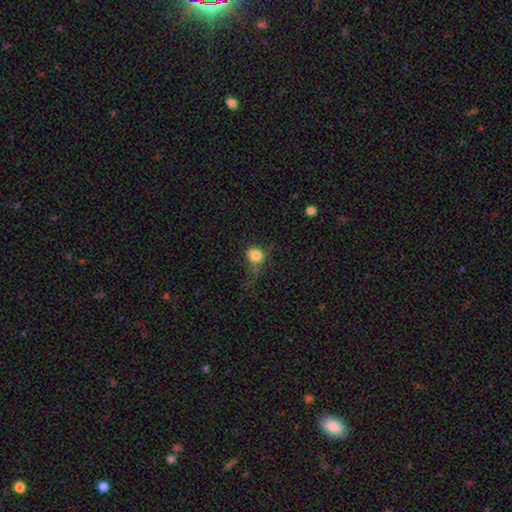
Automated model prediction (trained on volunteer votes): Q: Smooth or featured?
A: smooth (81%); runner-up: star or artifact (11%)
Q: How rounded?
A: round (73%); runner-up: in between (26%)
Q: Merging?
A: none (44%); runner-up: minor disturbance (25%)